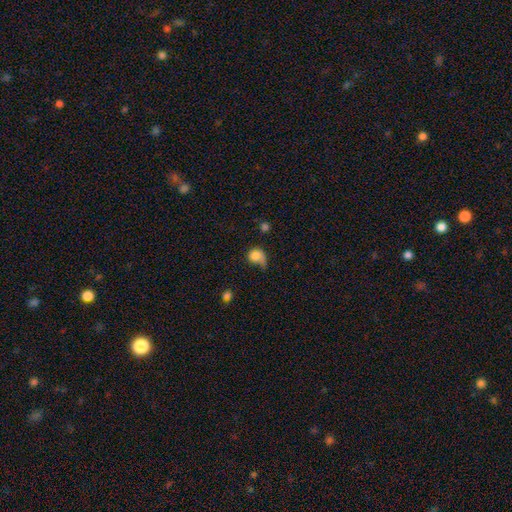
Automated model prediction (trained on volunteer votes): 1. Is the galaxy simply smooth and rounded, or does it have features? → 76% smooth, 15% featured or disk, 9% star or artifact.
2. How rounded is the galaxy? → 68% round, 31% in between, 1% cigar-shaped.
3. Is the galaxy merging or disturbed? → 34% major disturbance, 29% none, 29% minor disturbance, 7% merger.